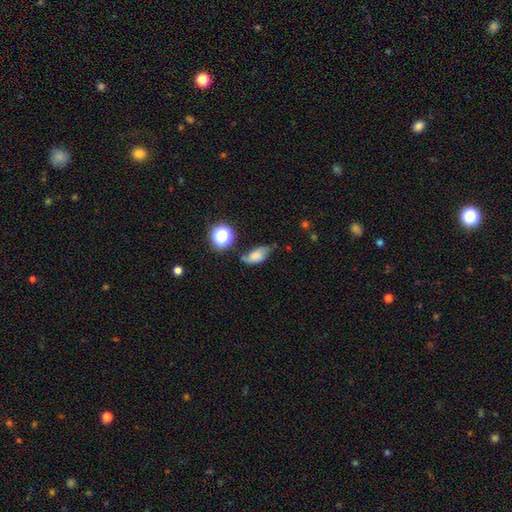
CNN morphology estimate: The model was most divided on "merging": none: 45%, minor disturbance: 36%, major disturbance: 13%, merger: 7%. More confident: how rounded — in between (82%); smooth or featured — smooth (63%).